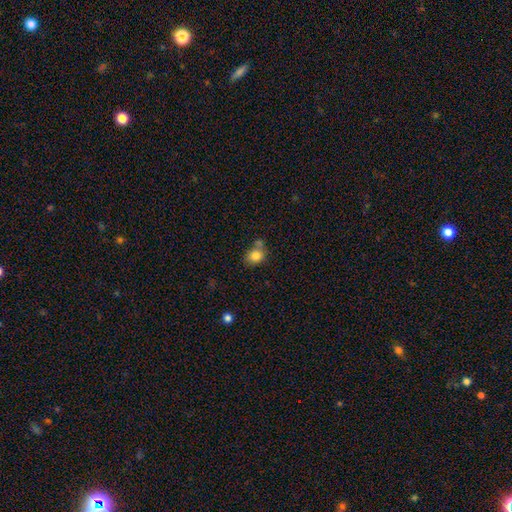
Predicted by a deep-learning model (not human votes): smooth-or-featured: smooth: 82% | star or artifact: 10% | featured or disk: 9%
  how-rounded: round: 61% | in between: 38% | cigar-shaped: 1%
  merging: none: 55% | merger: 24% | minor disturbance: 16% | major disturbance: 5%